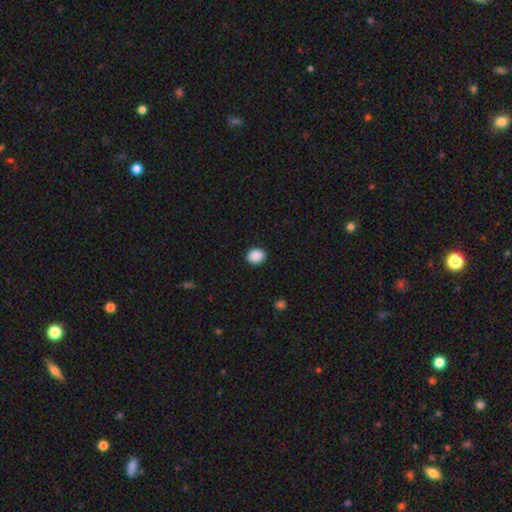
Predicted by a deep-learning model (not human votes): smooth-or-featured: smooth: 90% | star or artifact: 8% | featured or disk: 2%
  how-rounded: round: 60% | in between: 40% | cigar-shaped: 1%
  merging: none: 90% | minor disturbance: 7% | major disturbance: 2% | merger: 1%